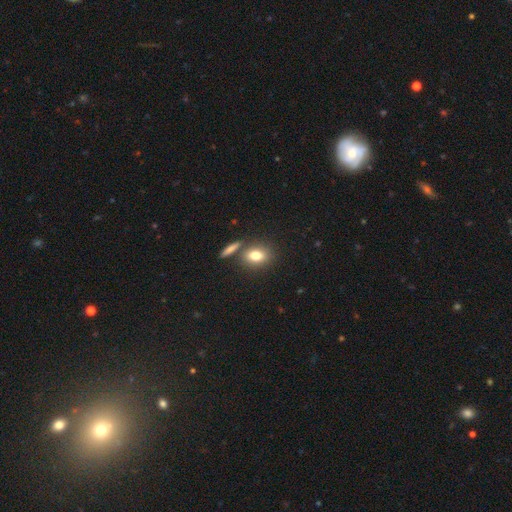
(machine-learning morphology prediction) Overall: smooth (78%). How rounded: in between (66%; round 29%). Merging: none (68%).